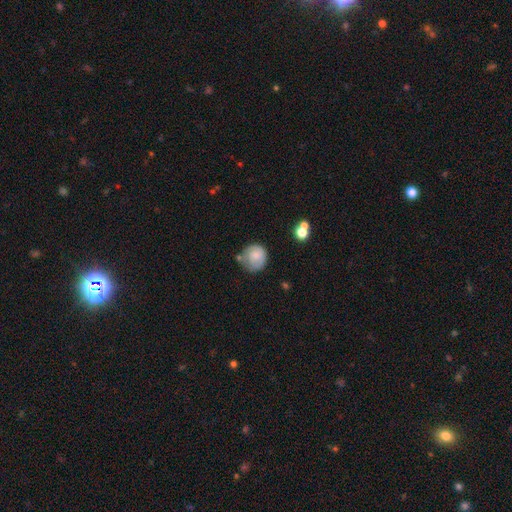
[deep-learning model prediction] Smooth or featured: smooth — 63% (featured or disk — 29%)
How rounded: round — 87% (in between — 12%)
Merging: none — 59% (minor disturbance — 25%)